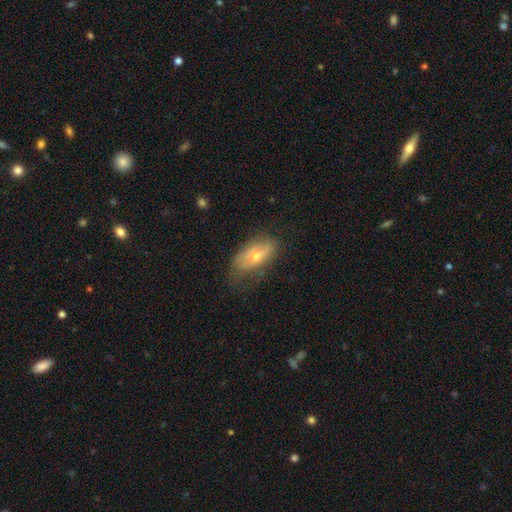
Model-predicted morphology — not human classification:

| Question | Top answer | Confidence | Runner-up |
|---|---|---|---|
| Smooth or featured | smooth | 53% | featured or disk (39%) |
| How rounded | in between | 85% | cigar-shaped (10%) |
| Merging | none | 56% | minor disturbance (30%) |